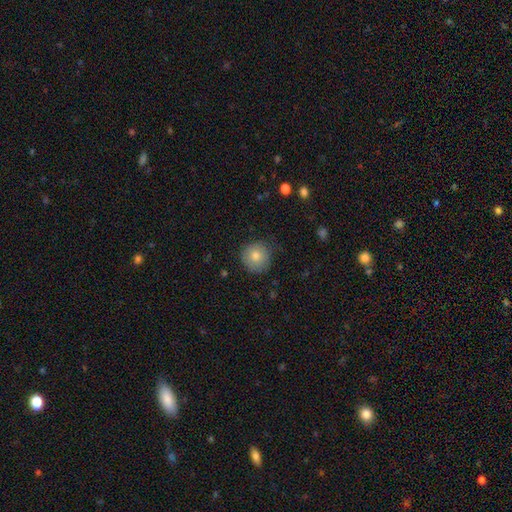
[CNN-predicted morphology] A smooth galaxy with no disk features (78%) that is round (94%).

Vote fractions:
- Smooth or featured? smooth: 78% / featured or disk: 12% / star or artifact: 10%
- How rounded? round: 94% / in between: 5% / cigar-shaped: 1%
- Merging? none: 82% / minor disturbance: 14% / major disturbance: 3% / merger: 1%